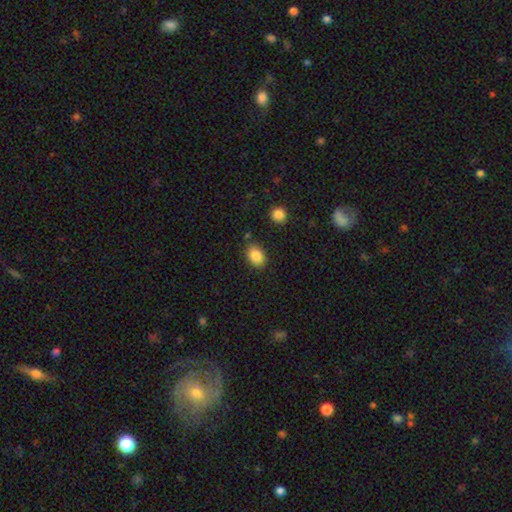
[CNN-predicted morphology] type=smooth (86%); roundness=in between (82%); merging=none (81%).